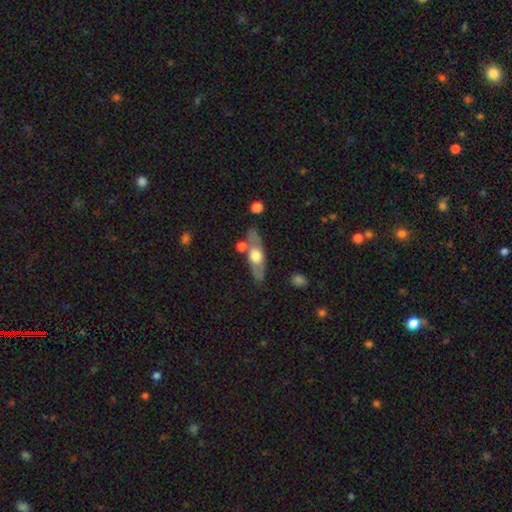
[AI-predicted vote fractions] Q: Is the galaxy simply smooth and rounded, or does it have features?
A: featured or disk — 53%.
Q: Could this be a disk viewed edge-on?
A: yes — 70%.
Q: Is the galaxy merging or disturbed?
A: none — 74%.